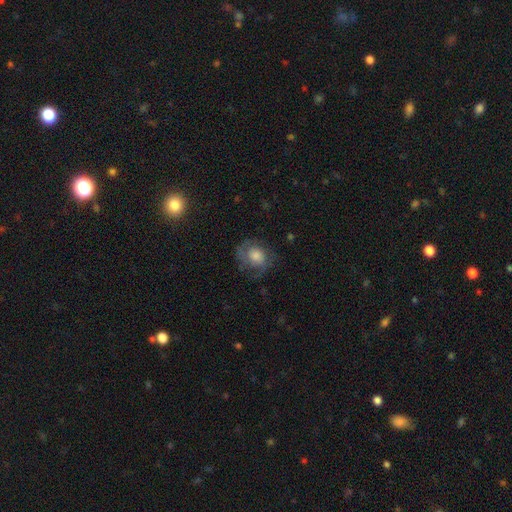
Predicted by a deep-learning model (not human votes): smooth_or_featured: featured or disk (p=0.57) [alt: smooth p=0.33]
disk_edge_on: no (p=0.97) [alt: yes p=0.03]
bar: no (p=0.76) [alt: weak p=0.21]
has_spiral_arms: yes (p=0.83) [alt: no p=0.17]
bulge_size: moderate (p=0.41) [alt: large p=0.32]
merging: none (p=0.67) [alt: minor disturbance p=0.19]